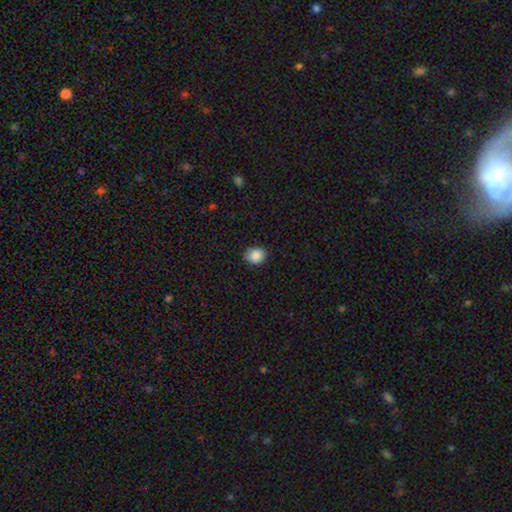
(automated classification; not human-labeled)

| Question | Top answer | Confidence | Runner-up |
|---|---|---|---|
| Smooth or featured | smooth | 87% | star or artifact (9%) |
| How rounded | round | 68% | in between (32%) |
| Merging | none | 85% | minor disturbance (12%) |